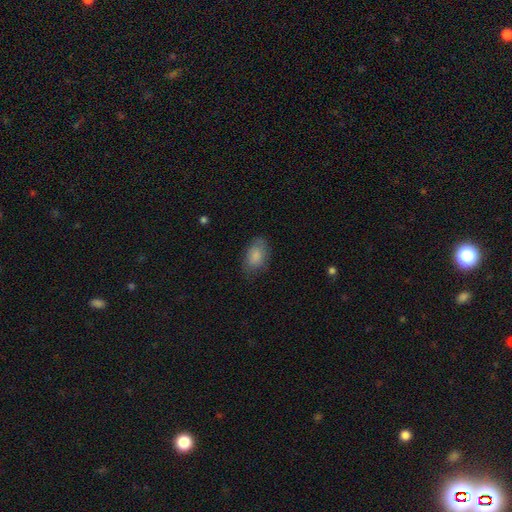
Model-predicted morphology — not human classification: Q: Smooth or featured?
A: smooth (85%); runner-up: featured or disk (9%)
Q: How rounded?
A: in between (90%); runner-up: round (8%)
Q: Merging?
A: none (72%); runner-up: minor disturbance (21%)